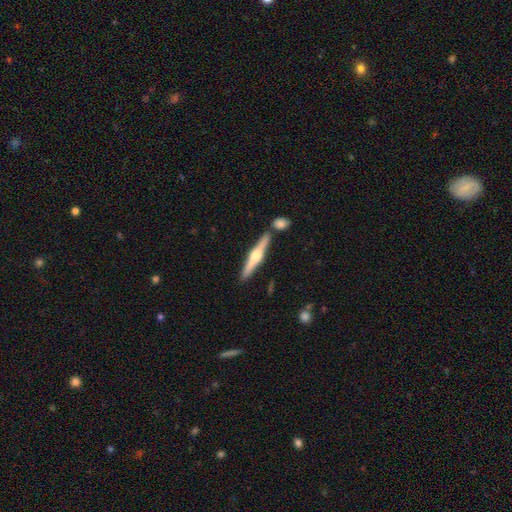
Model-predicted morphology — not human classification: Overall: featured or disk (71%). Edge-on disk: yes (98%). Edge-on bulge: rounded (93%). Merging: none (82%).